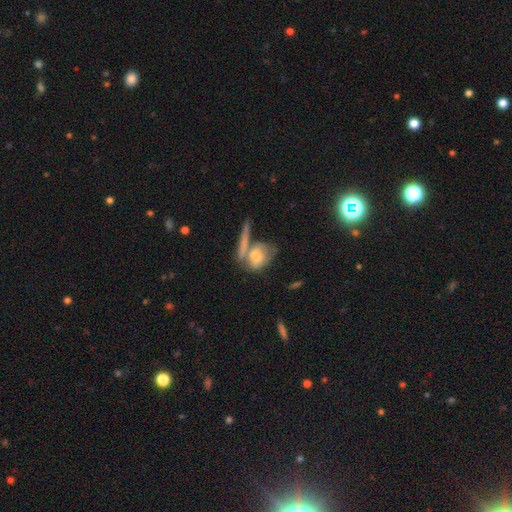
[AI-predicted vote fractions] Smooth or featured? smooth (61%)
How rounded? in between (56%)
Merging? merger (38%)